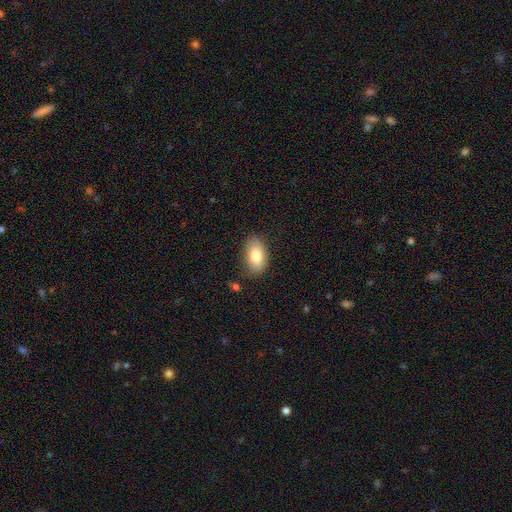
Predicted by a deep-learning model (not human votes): Smooth or featured?
  - smooth: 80% *
  - featured or disk: 12%
  - star or artifact: 7%
How rounded?
  - in between: 92% *
  - round: 6%
  - cigar-shaped: 2%
Merging?
  - none: 82% *
  - minor disturbance: 13%
  - major disturbance: 3%
  - merger: 2%